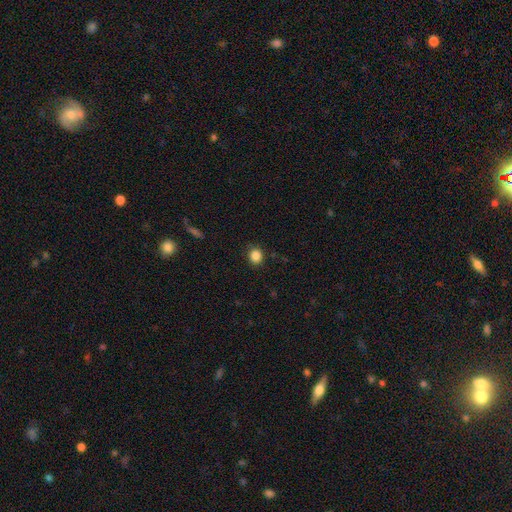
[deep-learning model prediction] Smooth or featured?
  - smooth: 86% *
  - star or artifact: 10%
  - featured or disk: 4%
How rounded?
  - round: 74% *
  - in between: 25%
  - cigar-shaped: 1%
Merging?
  - none: 87% *
  - minor disturbance: 9%
  - major disturbance: 2%
  - merger: 1%